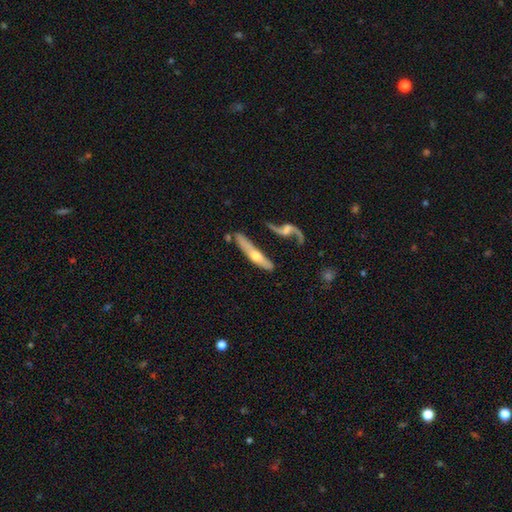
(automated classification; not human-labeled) A featured or disk galaxy (63%) viewed edge-on (76%).

Vote fractions:
- Smooth or featured? featured or disk: 63% / smooth: 32% / star or artifact: 6%
- Edge-on disk? yes: 76% / no: 24%
- Merging? none: 59% / minor disturbance: 19% / merger: 13% / major disturbance: 9%